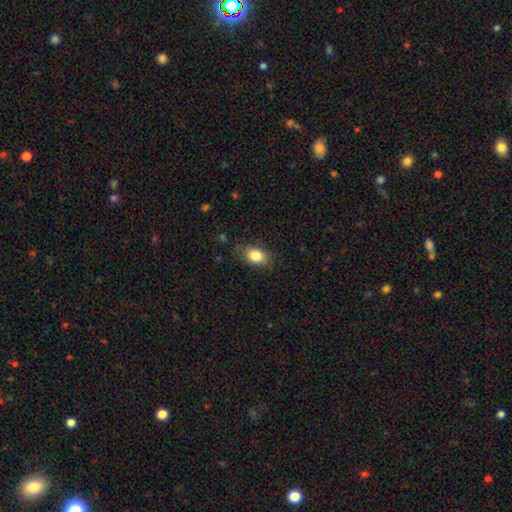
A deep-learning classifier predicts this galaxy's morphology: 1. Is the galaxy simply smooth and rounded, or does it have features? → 84% smooth, 8% star or artifact, 8% featured or disk.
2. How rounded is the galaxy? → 83% in between, 16% round, 2% cigar-shaped.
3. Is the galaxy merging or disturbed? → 80% none, 15% minor disturbance, 4% major disturbance, 1% merger.